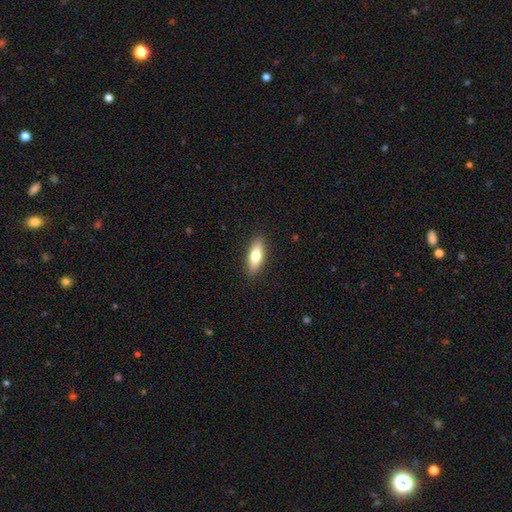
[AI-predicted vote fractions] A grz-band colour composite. It shows a smooth galaxy with no disk features (72%) that is in between round and cigar-shaped (64%). Merging: none (89%).